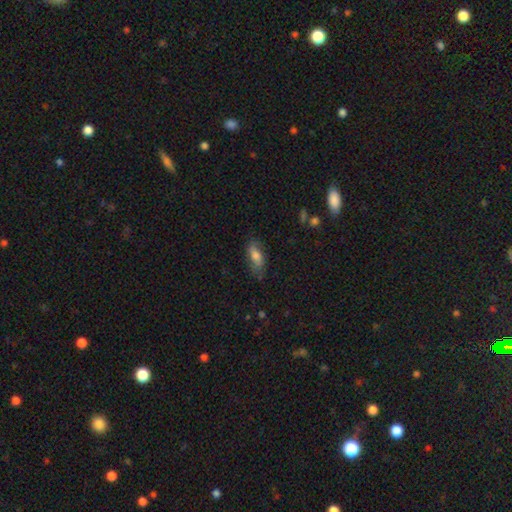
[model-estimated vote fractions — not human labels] The model was most divided on "merging": none: 68%, minor disturbance: 24%, major disturbance: 7%, merger: 2%. More confident: how rounded — in between (78%); smooth or featured — smooth (69%).